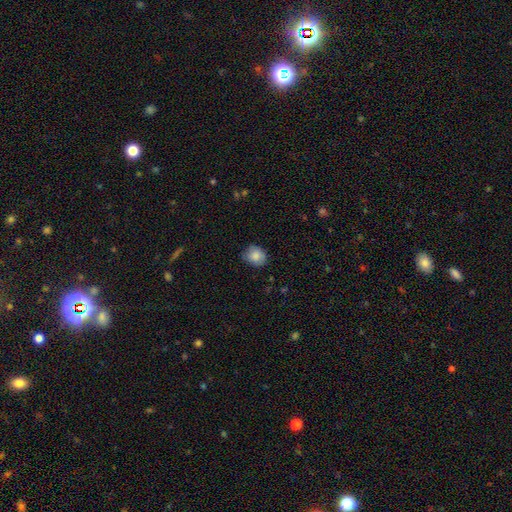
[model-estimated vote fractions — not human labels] A smooth galaxy with no disk features (84%) that is round (67%).

Vote fractions:
- Smooth or featured? smooth: 84% / star or artifact: 8% / featured or disk: 8%
- How rounded? round: 67% / in between: 32% / cigar-shaped: 1%
- Merging? none: 73% / minor disturbance: 22% / major disturbance: 4% / merger: 1%